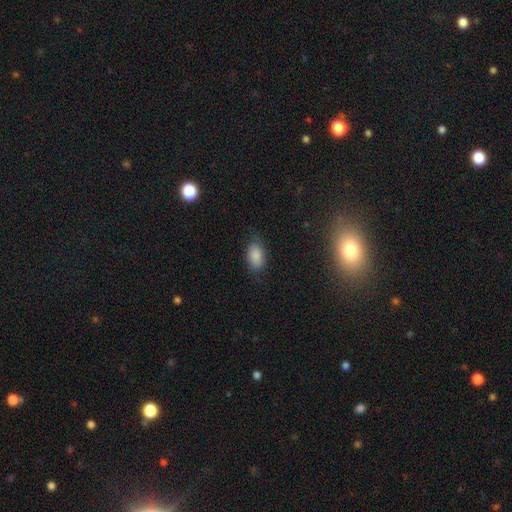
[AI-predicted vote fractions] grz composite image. It shows a smooth galaxy with no disk features (86%) that is in between round and cigar-shaped (92%). Merging: none (76%).